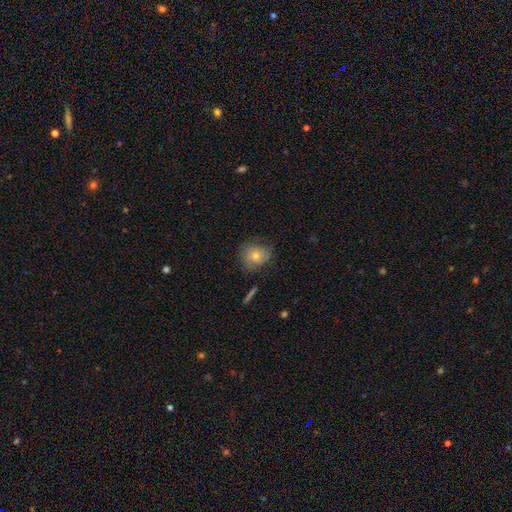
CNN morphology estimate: Q: Smooth or featured?
A: smooth (68%); runner-up: featured or disk (23%)
Q: How rounded?
A: round (71%); runner-up: in between (28%)
Q: Merging?
A: none (65%); runner-up: minor disturbance (25%)